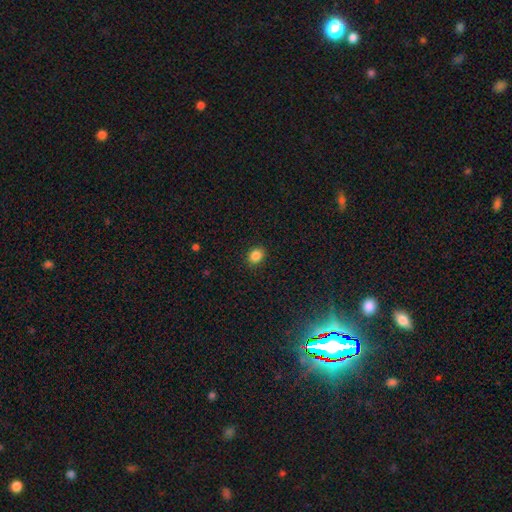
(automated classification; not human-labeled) smooth 86%, star or artifact 10%, featured or disk 4%. Down the decision tree: how rounded — round (55%); merging — none (90%).